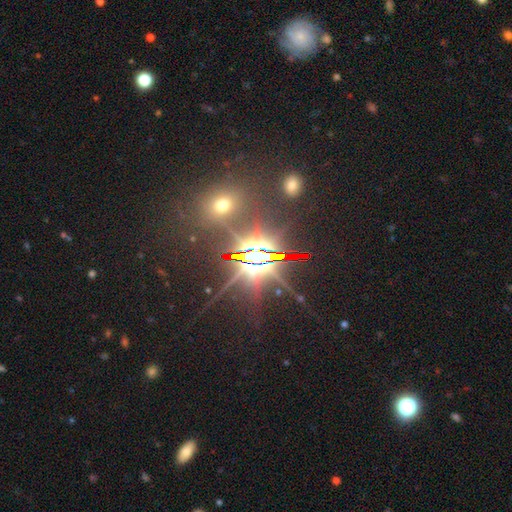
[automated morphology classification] Smooth or featured? star or artifact (80%)